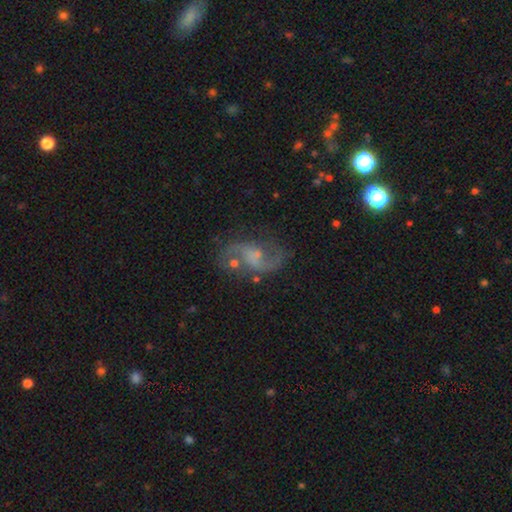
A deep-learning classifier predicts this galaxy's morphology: Smooth or featured? Predicted: featured or disk (p=0.81). Edge-on disk? Predicted: no (p=0.97). Bar? Predicted: no (p=0.46). Spiral arms? Predicted: yes (p=0.95). Spiral winding? Predicted: loose (p=0.57). Spiral arm count? Predicted: 2 (p=0.91). Bulge size? Predicted: small (p=0.42). Merging? Predicted: none (p=0.71).